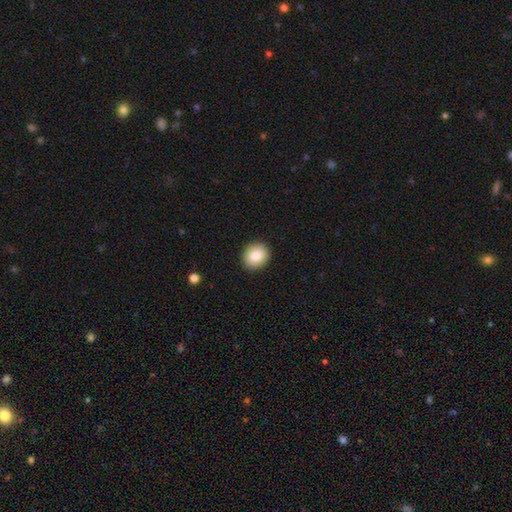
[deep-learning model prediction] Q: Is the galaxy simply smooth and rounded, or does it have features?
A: smooth — 84%.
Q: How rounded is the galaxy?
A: round — 71%.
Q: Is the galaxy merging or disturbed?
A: none — 91%.